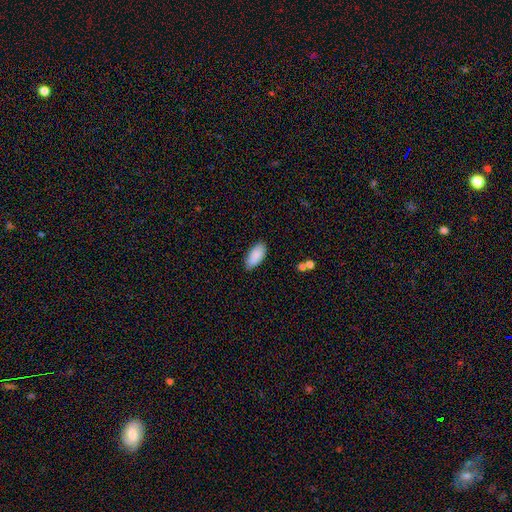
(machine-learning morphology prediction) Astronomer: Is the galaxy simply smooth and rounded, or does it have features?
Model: smooth — 88%.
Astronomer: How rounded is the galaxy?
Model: in between — 92%.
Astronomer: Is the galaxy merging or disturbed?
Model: none — 81%.